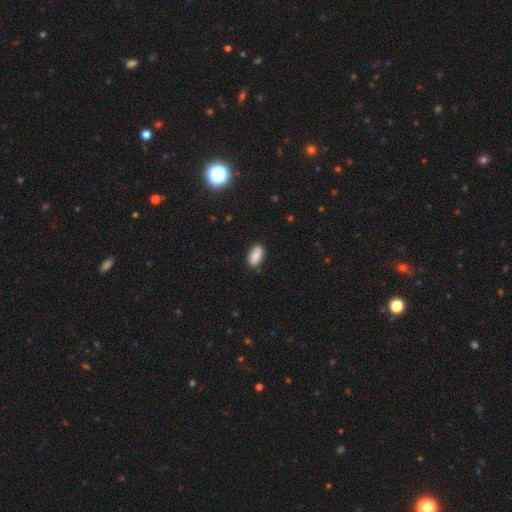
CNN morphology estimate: A smooth galaxy with no disk features (79%) that is in between round and cigar-shaped (92%).

Vote fractions:
- Smooth or featured? smooth: 79% / featured or disk: 13% / star or artifact: 8%
- How rounded? in between: 92% / round: 4% / cigar-shaped: 4%
- Merging? none: 80% / minor disturbance: 15% / major disturbance: 3% / merger: 2%